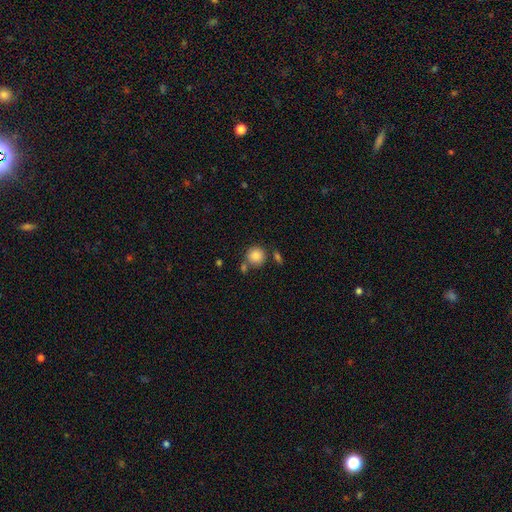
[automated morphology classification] Smooth or featured?
  - smooth: 85% *
  - star or artifact: 9%
  - featured or disk: 6%
How rounded?
  - round: 91% *
  - in between: 8%
  - cigar-shaped: 1%
Merging?
  - none: 70% *
  - merger: 15%
  - minor disturbance: 11%
  - major disturbance: 4%